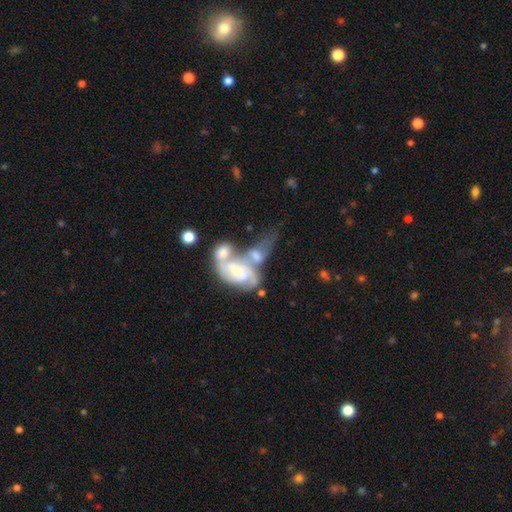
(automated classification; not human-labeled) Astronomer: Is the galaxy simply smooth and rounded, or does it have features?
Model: featured or disk — 69%.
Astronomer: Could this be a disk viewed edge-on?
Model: no — 95%.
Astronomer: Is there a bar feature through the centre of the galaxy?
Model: no — 52% (runner-up: weak, 37%).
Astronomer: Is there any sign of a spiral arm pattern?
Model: yes — 84%.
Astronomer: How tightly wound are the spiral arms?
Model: medium — 43% (runner-up: tight, 33%).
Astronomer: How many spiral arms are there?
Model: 2 — 43% (runner-up: can't tell, 29%).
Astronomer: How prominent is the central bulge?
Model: small — 48% (runner-up: moderate, 40%).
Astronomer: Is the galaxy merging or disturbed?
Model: merger — 69%.